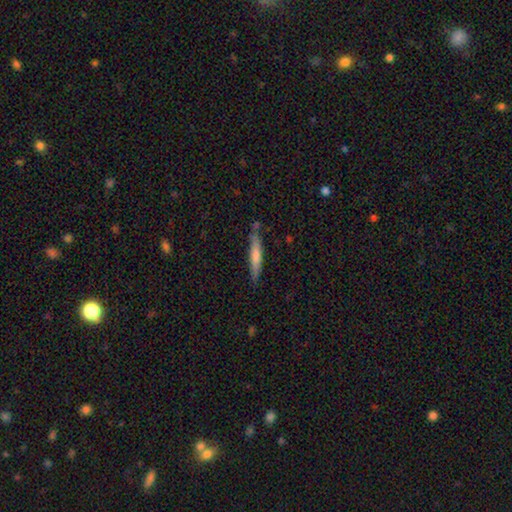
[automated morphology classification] type=smooth (68%); roundness=cigar-shaped (91%); merging=none (77%).